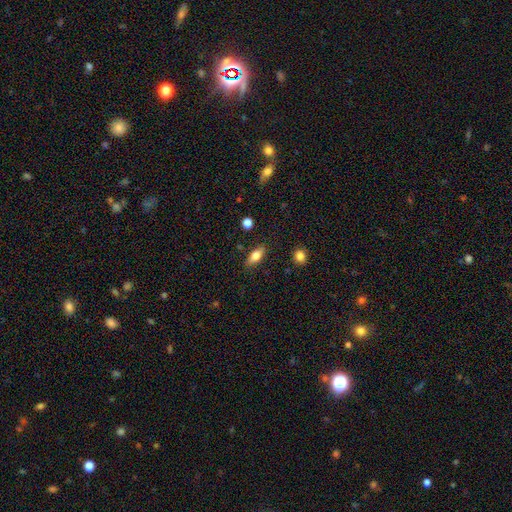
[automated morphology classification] Smooth or featured: smooth — 71% (featured or disk — 21%)
How rounded: in between — 75% (cigar-shaped — 21%)
Merging: none — 85% (minor disturbance — 11%)